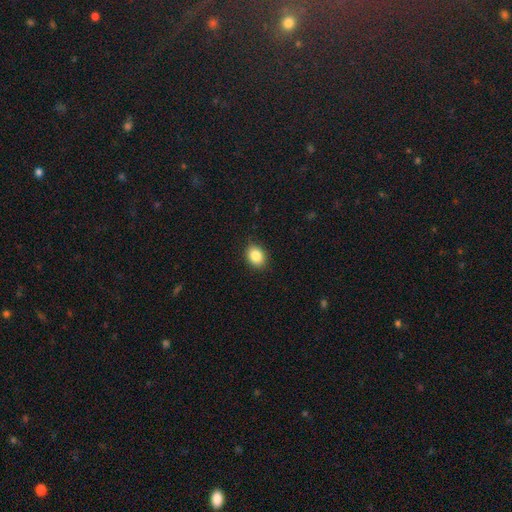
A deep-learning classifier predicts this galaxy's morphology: Smooth or featured: smooth — 87% (star or artifact — 9%)
How rounded: in between — 59% (round — 40%)
Merging: none — 88% (minor disturbance — 9%)